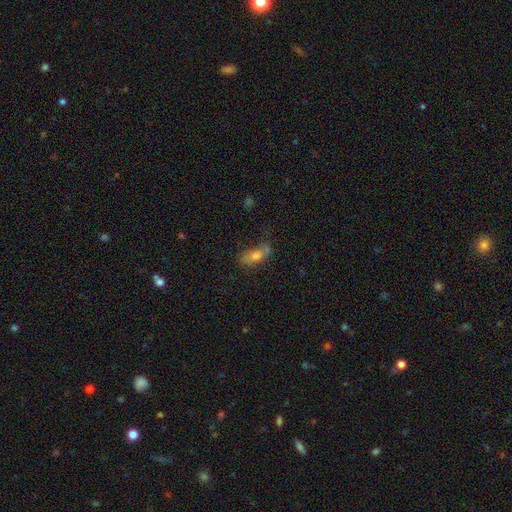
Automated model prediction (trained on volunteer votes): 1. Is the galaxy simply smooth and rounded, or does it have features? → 62% smooth, 26% featured or disk, 12% star or artifact.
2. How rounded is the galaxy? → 75% in between, 20% cigar-shaped, 5% round.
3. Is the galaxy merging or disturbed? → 48% none, 28% minor disturbance, 17% major disturbance, 7% merger.